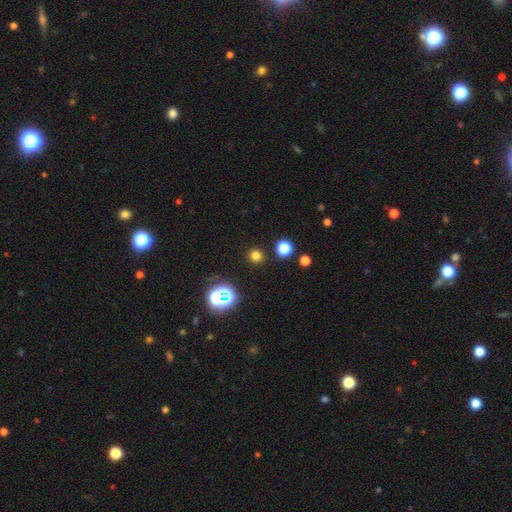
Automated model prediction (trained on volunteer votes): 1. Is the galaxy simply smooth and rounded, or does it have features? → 74% smooth, 21% star or artifact, 5% featured or disk.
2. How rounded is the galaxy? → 91% round, 8% in between, 1% cigar-shaped.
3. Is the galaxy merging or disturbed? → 90% none, 5% minor disturbance, 2% merger, 2% major disturbance.